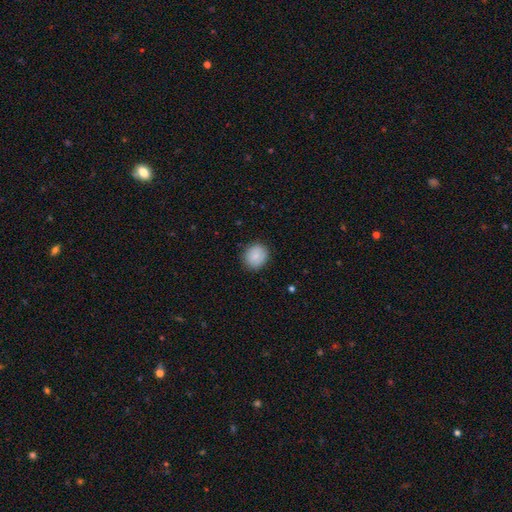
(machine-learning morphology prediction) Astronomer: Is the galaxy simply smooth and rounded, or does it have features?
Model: smooth — 86%.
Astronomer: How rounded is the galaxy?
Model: round — 78%.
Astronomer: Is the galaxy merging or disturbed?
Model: none — 86%.